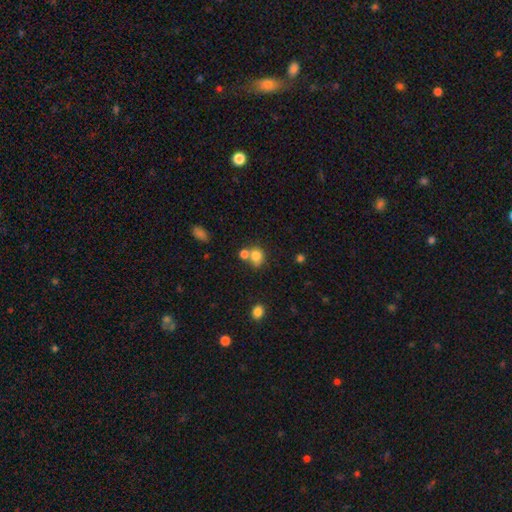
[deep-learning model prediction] This is likely a smooth galaxy (78%). How rounded: likely round (62%). Merging: marginally none (45%).